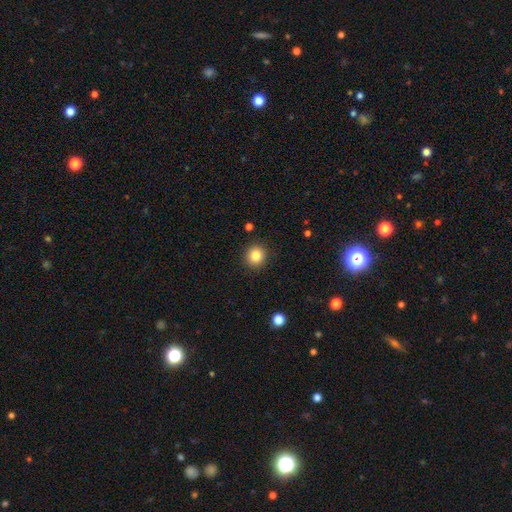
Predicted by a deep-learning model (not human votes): Smooth or featured? Predicted: smooth (p=0.85). How rounded? Predicted: round (p=0.89). Merging? Predicted: none (p=0.91).